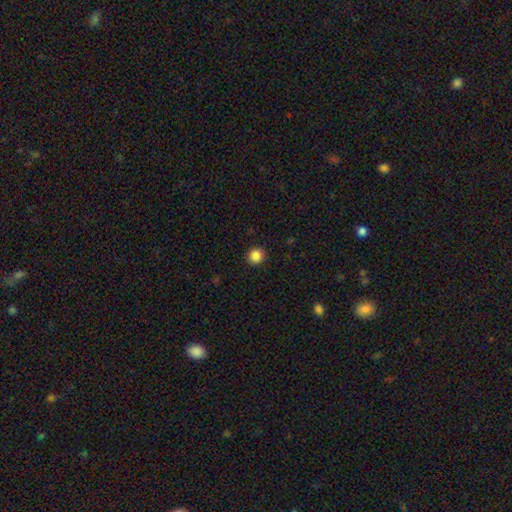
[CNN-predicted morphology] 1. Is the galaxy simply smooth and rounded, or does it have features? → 86% smooth, 10% star or artifact, 3% featured or disk.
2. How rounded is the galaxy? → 91% round, 8% in between, 1% cigar-shaped.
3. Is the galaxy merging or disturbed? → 92% none, 5% minor disturbance, 2% major disturbance, 1% merger.